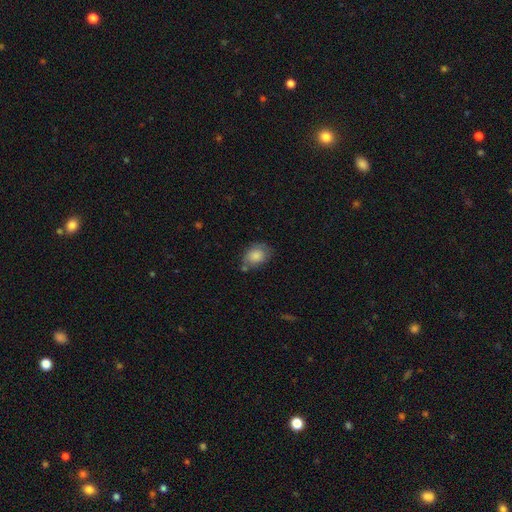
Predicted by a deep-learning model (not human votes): Smooth or featured: smooth — 83% (featured or disk — 10%)
How rounded: in between — 70% (round — 28%)
Merging: none — 60% (minor disturbance — 25%)